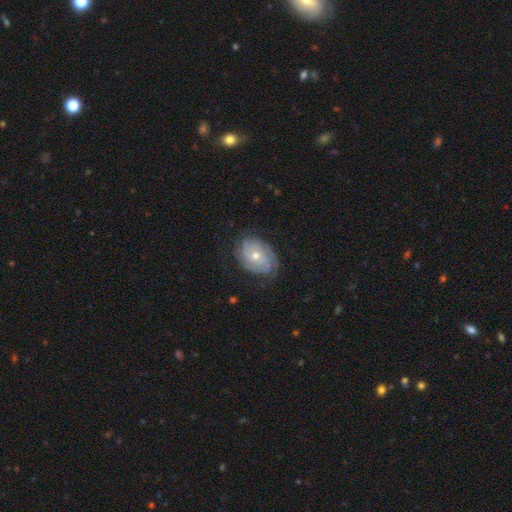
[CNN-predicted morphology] A featured or disk galaxy (73%) with no bar (78%), tight (68%) spiral arms (89%) and a moderate central bulge (53%). Merging: none (72%).